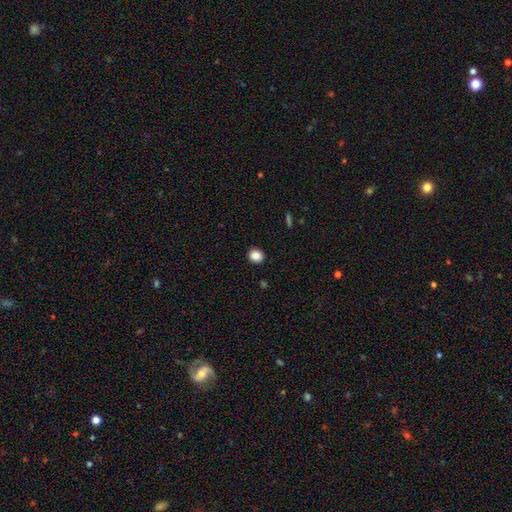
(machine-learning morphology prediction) A smooth galaxy with no disk features (88%) that is round (70%).

Vote fractions:
- Smooth or featured? smooth: 88% / star or artifact: 9% / featured or disk: 3%
- How rounded? round: 70% / in between: 29% / cigar-shaped: 1%
- Merging? none: 91% / minor disturbance: 6% / major disturbance: 2% / merger: 1%